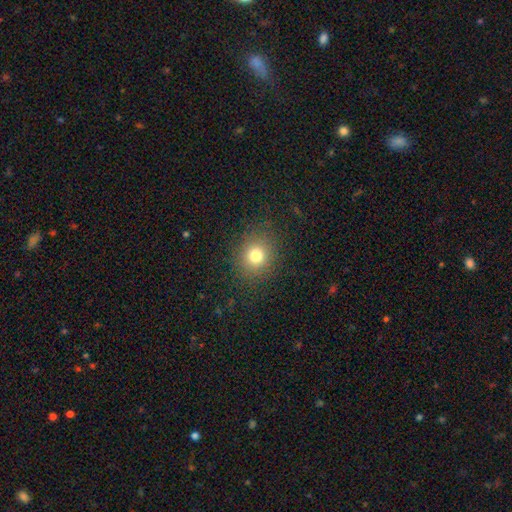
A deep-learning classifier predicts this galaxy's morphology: type=smooth (77%); roundness=round (80%); merging=none (87%).